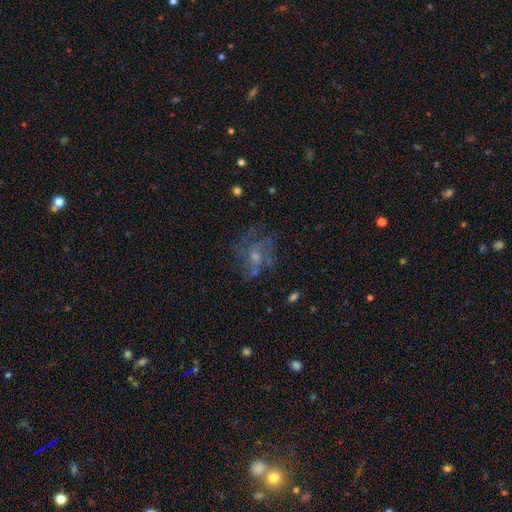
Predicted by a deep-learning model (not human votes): Q: Smooth or featured?
A: featured or disk (53%); runner-up: smooth (33%)
Q: Edge-on disk?
A: no (97%); runner-up: yes (3%)
Q: Bar?
A: no (70%); runner-up: weak (26%)
Q: Spiral arms?
A: no (55%); runner-up: yes (45%)
Q: Bulge size?
A: small (42%); runner-up: moderate (37%)
Q: Merging?
A: none (49%); runner-up: major disturbance (25%)